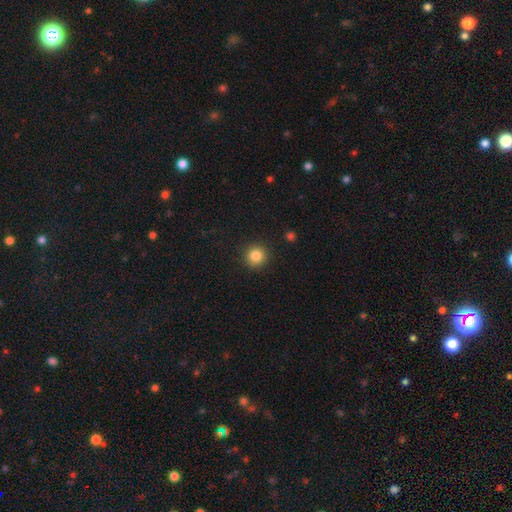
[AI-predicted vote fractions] Smooth or featured? Predicted: smooth (p=0.84). How rounded? Predicted: round (p=0.94). Merging? Predicted: none (p=0.91).